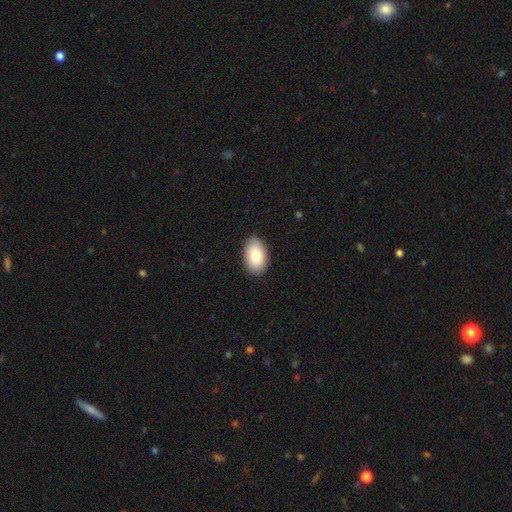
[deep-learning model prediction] smooth 85%, featured or disk 9%, star or artifact 6%. Down the decision tree: how rounded — in between (94%); merging — none (88%).